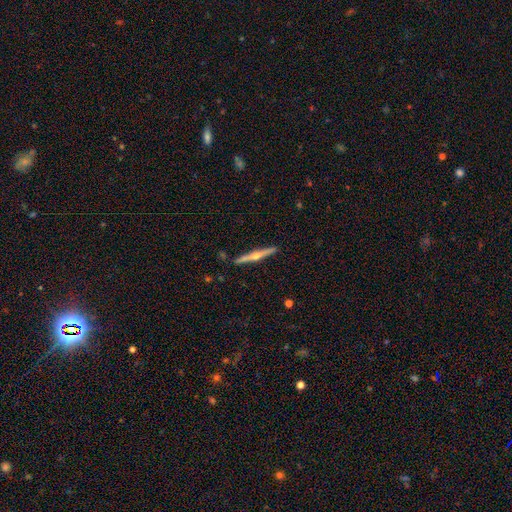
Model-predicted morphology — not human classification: type=featured or disk (77%); edge-on=yes (98%); edge-on bulge=rounded (90%); merging=none (90%).